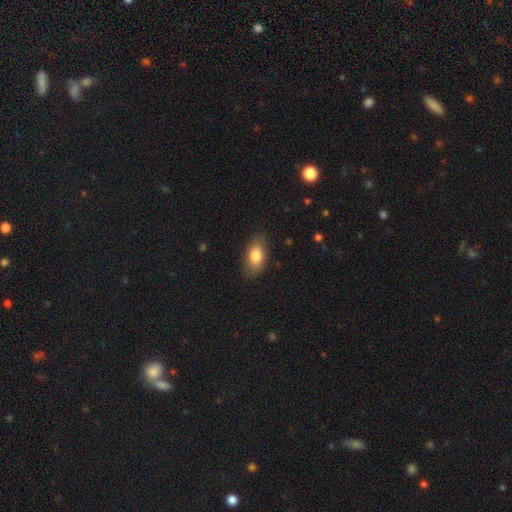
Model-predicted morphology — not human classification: Smooth or featured: smooth — 82% (featured or disk — 11%)
How rounded: in between — 89% (round — 6%)
Merging: none — 85% (minor disturbance — 12%)